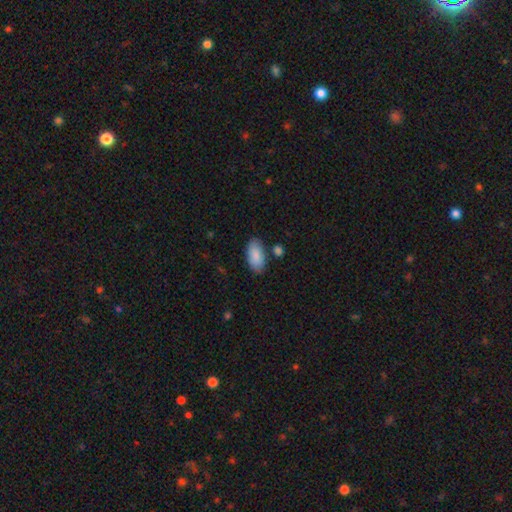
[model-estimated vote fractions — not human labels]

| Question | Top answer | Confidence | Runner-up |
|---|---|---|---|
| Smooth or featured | smooth | 88% | featured or disk (6%) |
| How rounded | in between | 93% | cigar-shaped (4%) |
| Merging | none | 79% | minor disturbance (13%) |